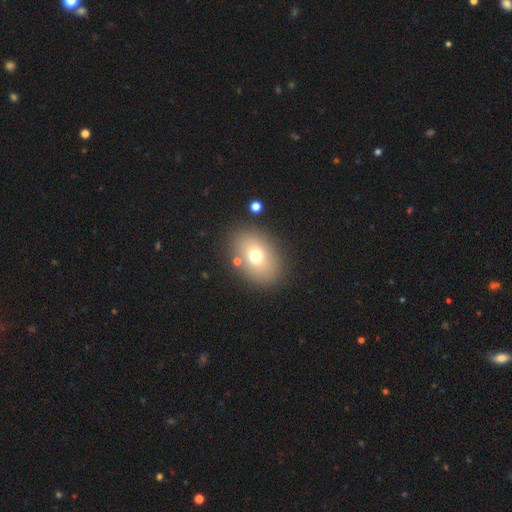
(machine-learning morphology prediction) A smooth galaxy with no disk features (72%) that is in between round and cigar-shaped (74%). Merging: none (84%).